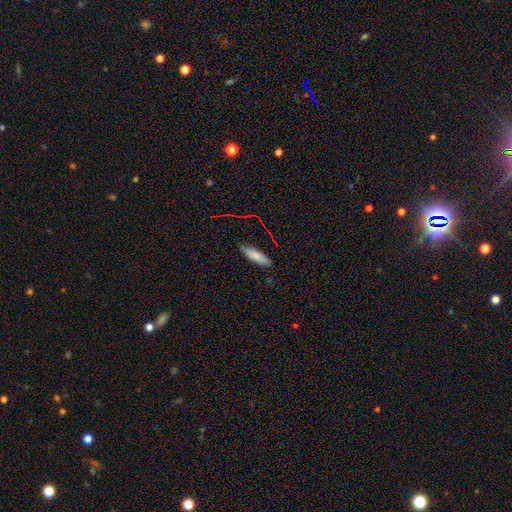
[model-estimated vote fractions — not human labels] Smooth or featured: smooth — 78% (featured or disk — 14%)
How rounded: cigar-shaped — 54% (in between — 44%)
Merging: none — 84% (minor disturbance — 12%)